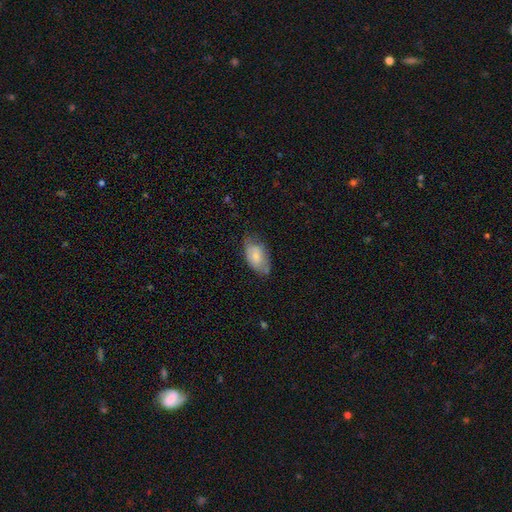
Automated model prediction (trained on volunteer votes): Smooth or featured?
  - smooth: 69% *
  - featured or disk: 24%
  - star or artifact: 7%
How rounded?
  - in between: 93% *
  - round: 5%
  - cigar-shaped: 2%
Merging?
  - none: 55% *
  - minor disturbance: 34%
  - major disturbance: 9%
  - merger: 2%